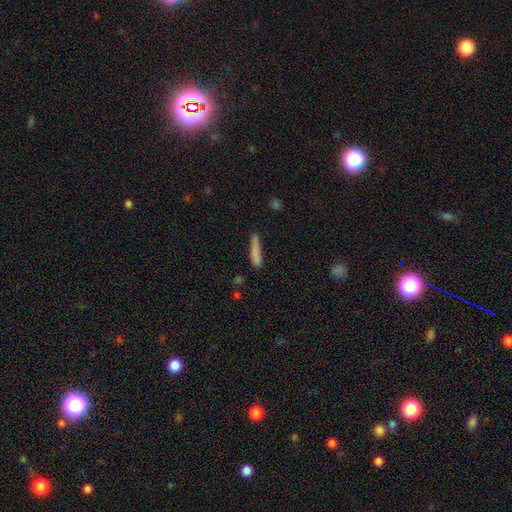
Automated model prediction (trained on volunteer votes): smooth_or_featured: smooth (p=0.79) [alt: featured or disk p=0.13]
how_rounded: cigar-shaped (p=0.89) [alt: in between p=0.09]
merging: none (p=0.69) [alt: minor disturbance p=0.20]